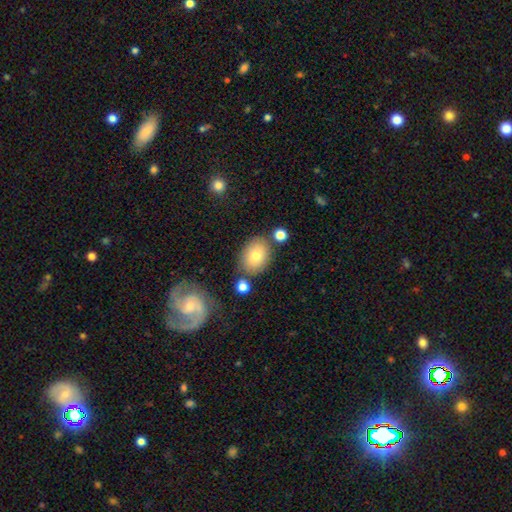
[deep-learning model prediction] Q: Smooth or featured?
A: smooth (75%); runner-up: featured or disk (15%)
Q: How rounded?
A: in between (69%); runner-up: round (29%)
Q: Merging?
A: none (75%); runner-up: minor disturbance (14%)